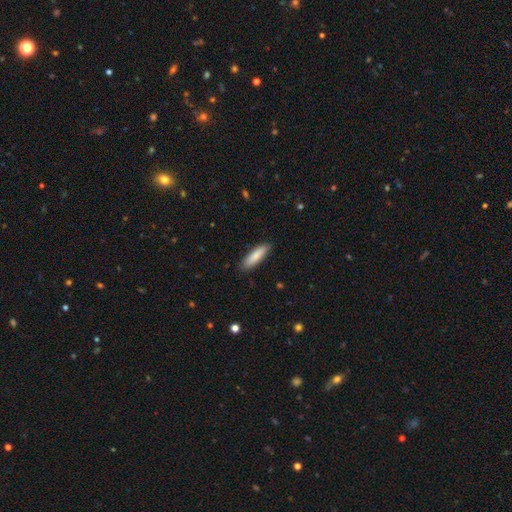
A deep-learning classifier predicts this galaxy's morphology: Overall: smooth (83%). How rounded: cigar-shaped (66%; in between 32%). Merging: none (89%).